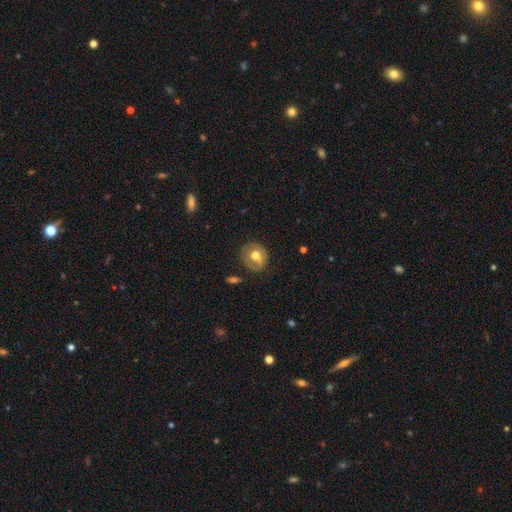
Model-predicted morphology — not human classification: Q: Smooth or featured?
A: smooth (54%); runner-up: featured or disk (39%)
Q: How rounded?
A: round (81%); runner-up: in between (18%)
Q: Merging?
A: none (72%); runner-up: minor disturbance (20%)